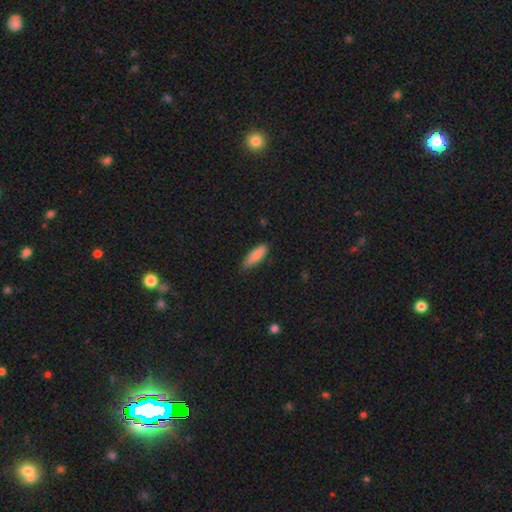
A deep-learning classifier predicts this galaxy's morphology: Overall: smooth (84%). How rounded: in between (62%; cigar-shaped 36%). Merging: none (75%).